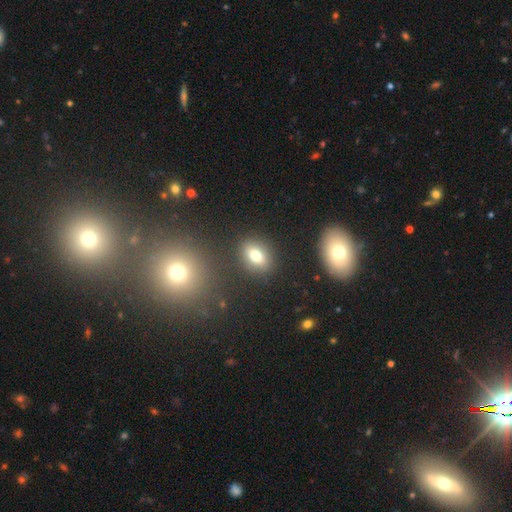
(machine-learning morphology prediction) A smooth galaxy with no disk features (72%) that is in between round and cigar-shaped (64%).

Vote fractions:
- Smooth or featured? smooth: 72% / featured or disk: 15% / star or artifact: 13%
- How rounded? in between: 64% / round: 33% / cigar-shaped: 3%
- Merging? none: 86% / minor disturbance: 8% / merger: 3% / major disturbance: 3%